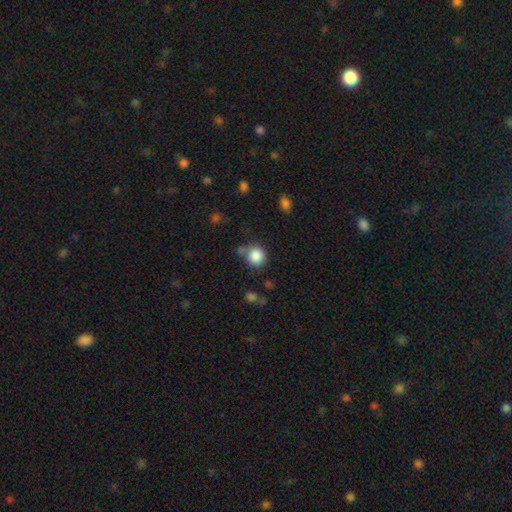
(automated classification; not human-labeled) Smooth or featured? smooth (86%)
How rounded? round (89%)
Merging? none (70%)